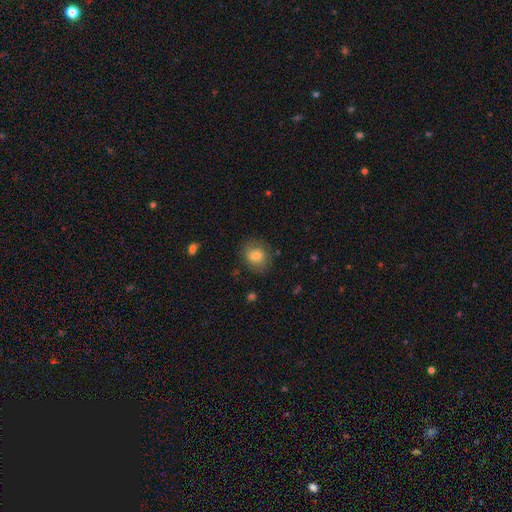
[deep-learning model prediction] The model was most divided on "how rounded": round: 60%, in between: 39%, cigar-shaped: 1%. More confident: merging — none (77%); smooth or featured — smooth (77%).